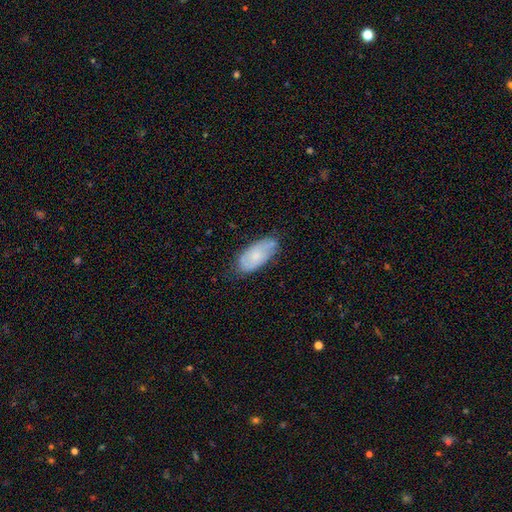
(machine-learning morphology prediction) Overall: smooth (59%; featured or disk 34%). How rounded: in between (91%). Merging: none (66%; minor disturbance 27%).